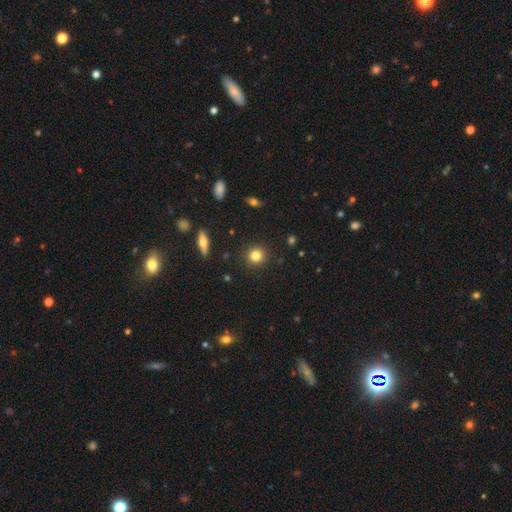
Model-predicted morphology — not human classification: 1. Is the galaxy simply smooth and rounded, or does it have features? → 82% smooth, 11% star or artifact, 7% featured or disk.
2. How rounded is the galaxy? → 90% round, 9% in between, 1% cigar-shaped.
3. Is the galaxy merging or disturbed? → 90% none, 6% minor disturbance, 2% major disturbance, 1% merger.